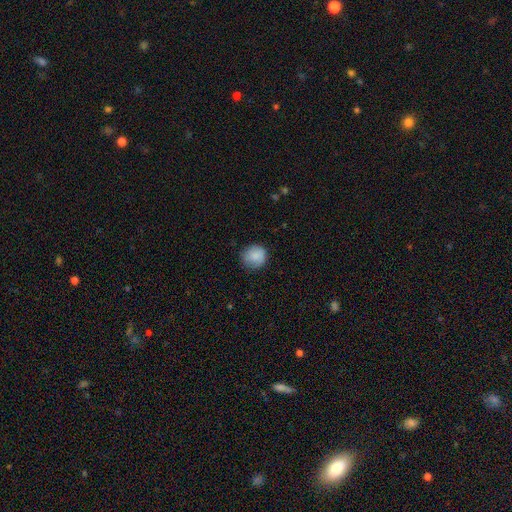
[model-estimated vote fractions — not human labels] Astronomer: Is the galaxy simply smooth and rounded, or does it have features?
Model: smooth — 86%.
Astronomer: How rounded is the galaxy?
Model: round — 90%.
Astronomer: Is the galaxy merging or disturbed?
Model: none — 80%.